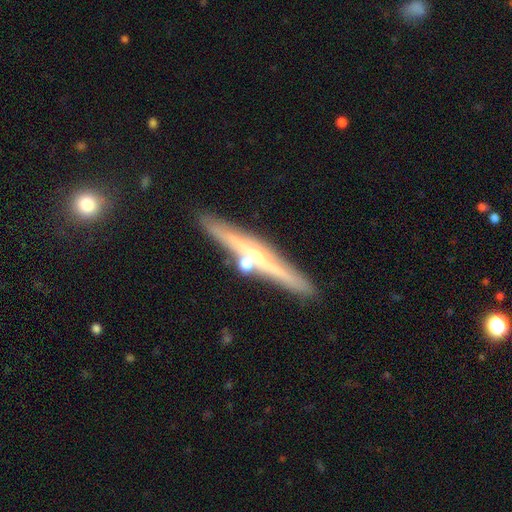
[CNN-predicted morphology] This is likely a featured or disk galaxy (73%). It is clearly viewed edge-on (96%). Edge-on bulge: clearly rounded (82%). Merging: clearly none (82%).